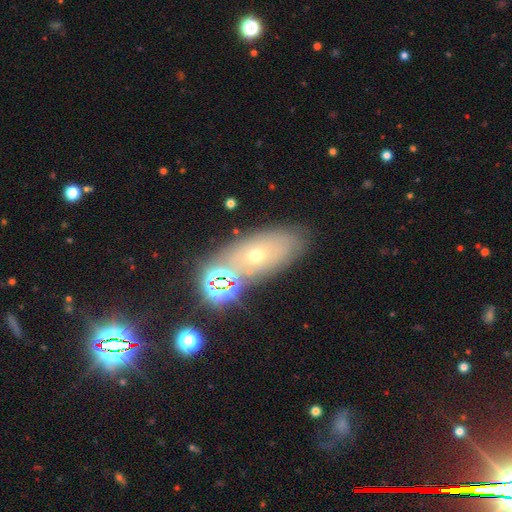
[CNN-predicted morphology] Q: Smooth or featured?
A: featured or disk (37%); runner-up: smooth (35%)
Q: Merging?
A: none (70%); runner-up: minor disturbance (14%)